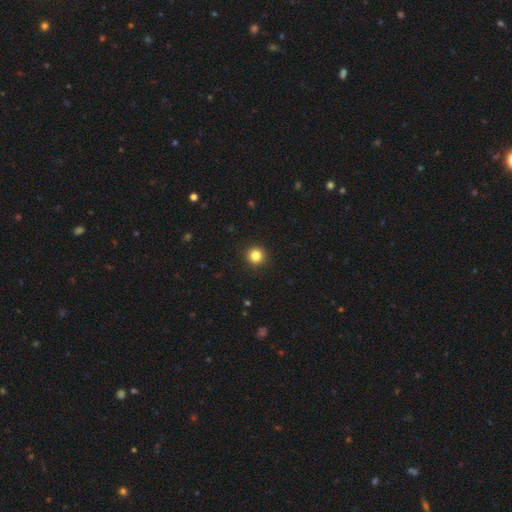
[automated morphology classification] smooth-or-featured: smooth: 83% | star or artifact: 12% | featured or disk: 5%
  how-rounded: round: 94% | in between: 5% | cigar-shaped: 1%
  merging: none: 93% | minor disturbance: 5% | major disturbance: 2% | merger: 1%